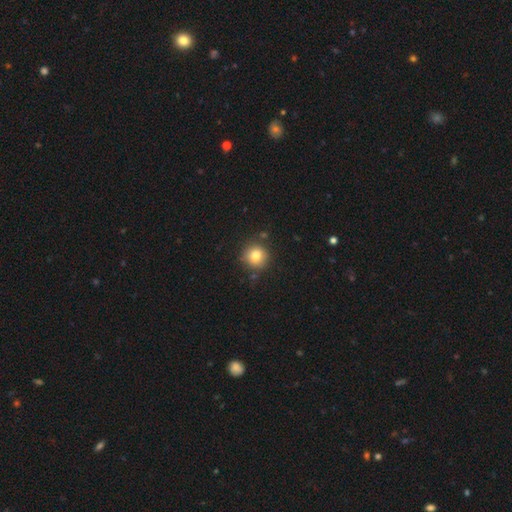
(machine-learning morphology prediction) The model was most divided on "smooth or featured": smooth: 81%, star or artifact: 11%, featured or disk: 8%. More confident: how rounded — round (94%); merging — none (84%).